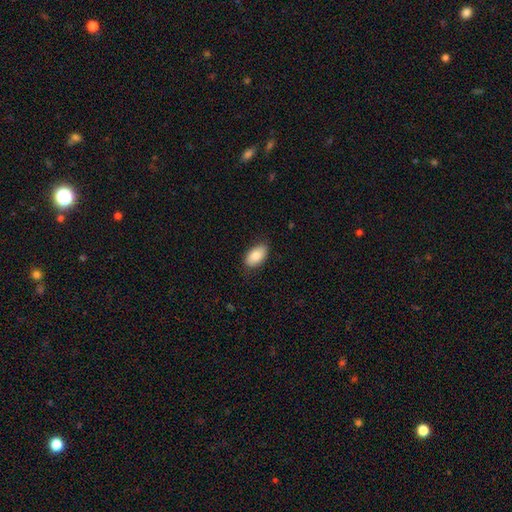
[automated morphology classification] smooth 84%, featured or disk 10%, star or artifact 6%. Down the decision tree: how rounded — in between (94%); merging — none (83%).